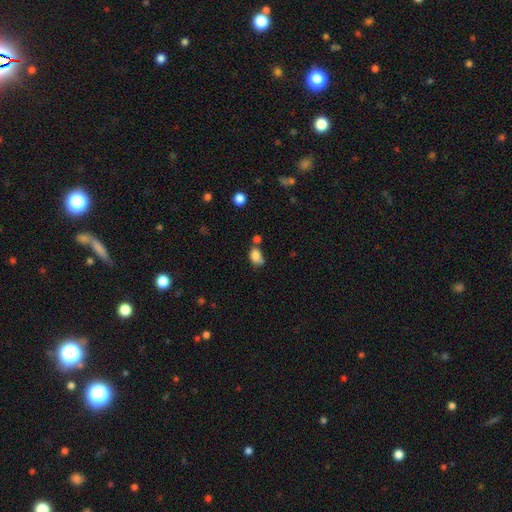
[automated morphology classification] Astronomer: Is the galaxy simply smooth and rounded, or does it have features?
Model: smooth — 80%.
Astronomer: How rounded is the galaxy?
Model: in between — 74%.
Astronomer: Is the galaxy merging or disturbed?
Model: none — 41% (runner-up: merger, 30%).